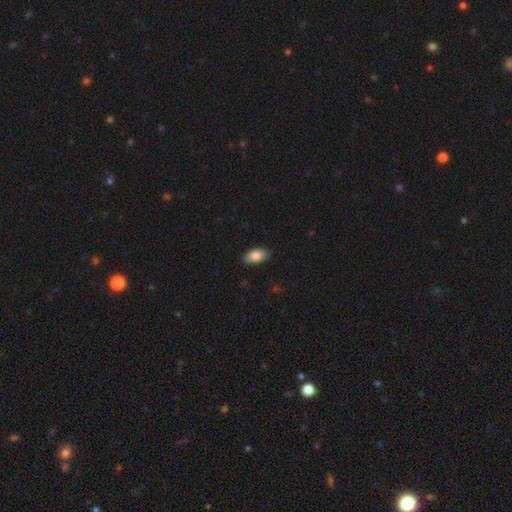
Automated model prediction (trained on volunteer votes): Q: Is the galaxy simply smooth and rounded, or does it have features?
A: smooth — 82%.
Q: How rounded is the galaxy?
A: in between — 92%.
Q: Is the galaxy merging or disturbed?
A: none — 88%.